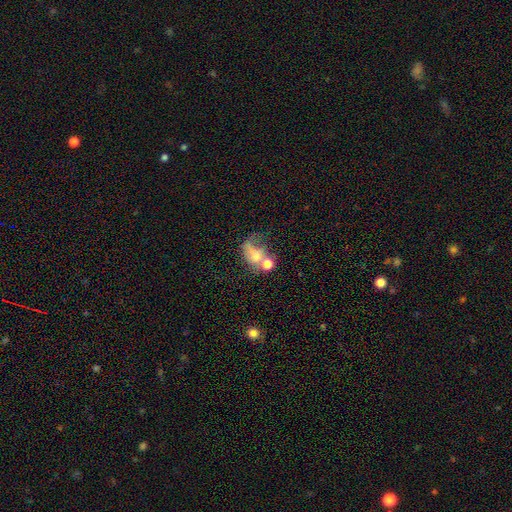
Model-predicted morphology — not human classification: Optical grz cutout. It shows a smooth galaxy with no disk features (46%). Merging: major disturbance (36%).